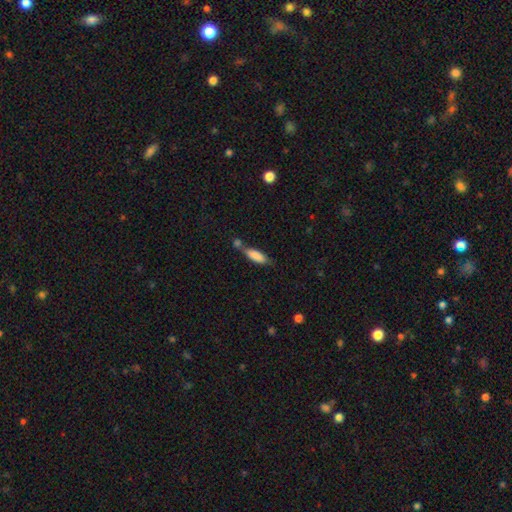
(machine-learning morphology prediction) The model was most divided on "merging": none: 44%, merger: 33%, minor disturbance: 18%, major disturbance: 6%. More confident: smooth or featured — smooth (83%); how rounded — in between (58%).